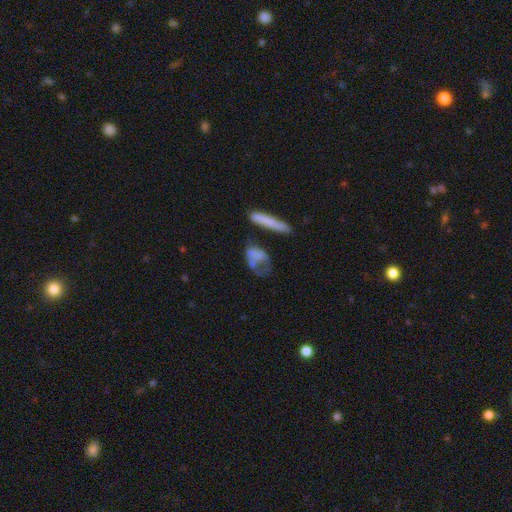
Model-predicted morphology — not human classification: Overall: smooth (54%; featured or disk 36%). How rounded: in between (64%). Merging: major disturbance (32%; none 30%).